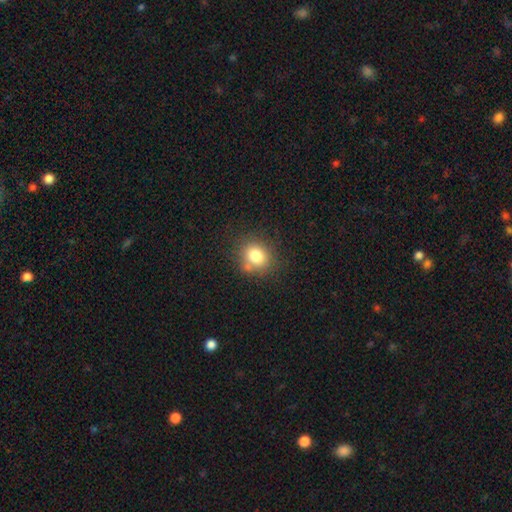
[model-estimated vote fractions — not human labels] This is likely a smooth galaxy (80%). How rounded: likely round (73%). Merging: likely none (70%).